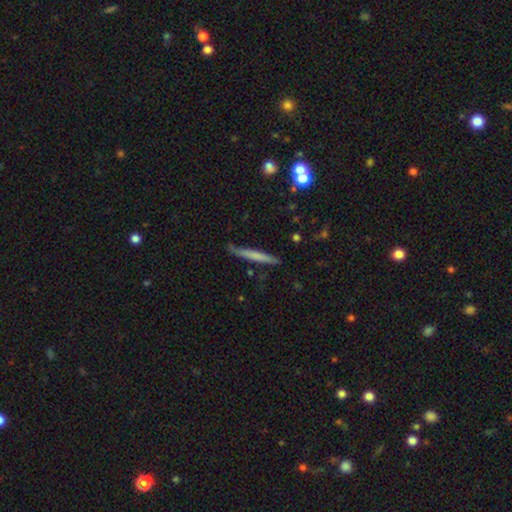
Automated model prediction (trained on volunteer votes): Morphology: type=smooth (58%); roundness=cigar-shaped (96%); merging=none (81%).